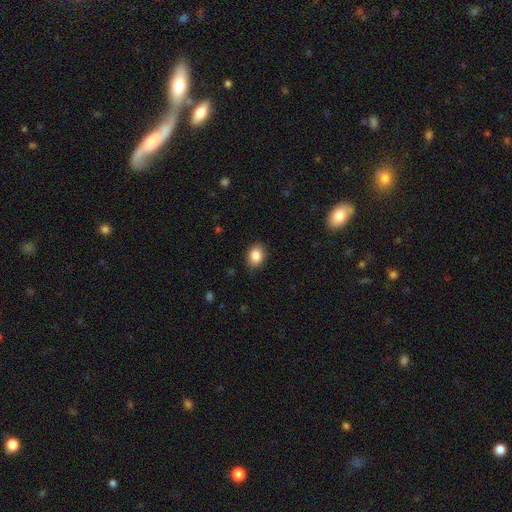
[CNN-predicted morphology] This is clearly a smooth galaxy (86%). How rounded: likely in between (63%). Merging: clearly none (86%).